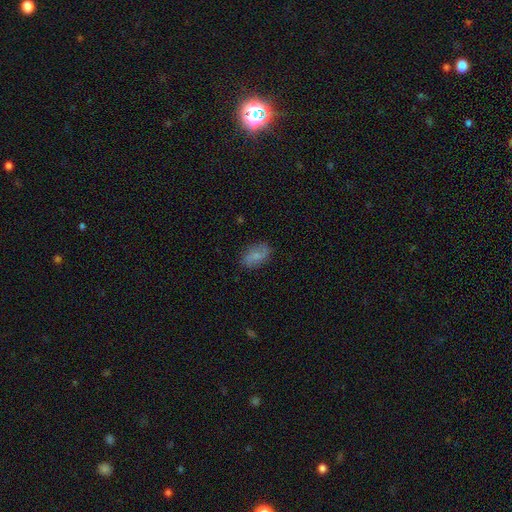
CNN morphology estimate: smooth_or_featured: smooth (p=0.64) [alt: featured or disk p=0.28]
how_rounded: in between (p=0.91) [alt: round p=0.06]
merging: none (p=0.79) [alt: minor disturbance p=0.16]